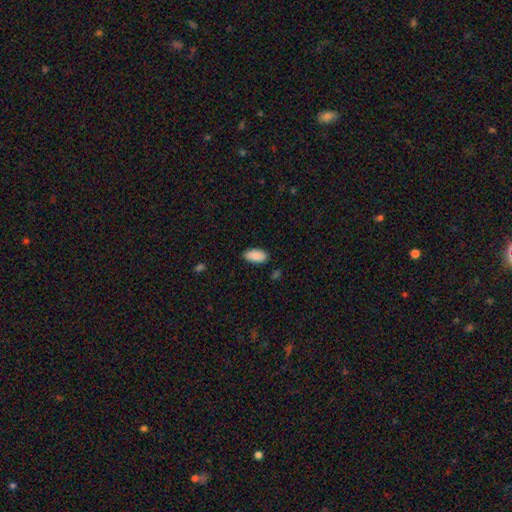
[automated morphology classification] Smooth or featured? Predicted: smooth (p=0.90). How rounded? Predicted: in between (p=0.95). Merging? Predicted: none (p=0.86).